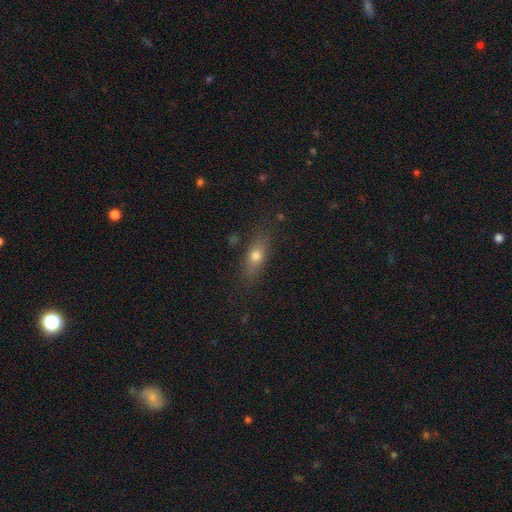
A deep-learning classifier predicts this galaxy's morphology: This appears to be a smooth galaxy with no disk features (68%) that is in between round and cigar-shaped (61%). Merging: none (79%).